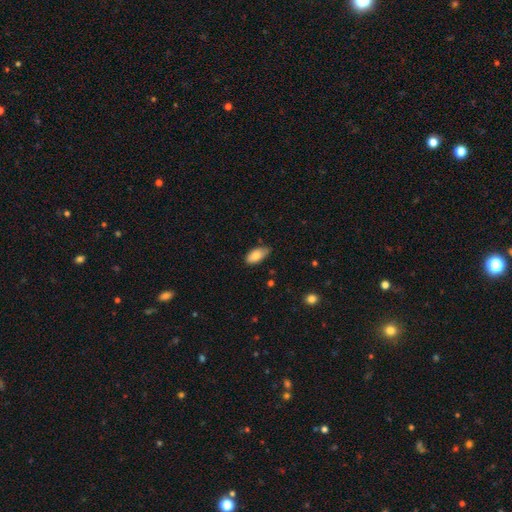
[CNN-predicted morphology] Smooth or featured? Predicted: smooth (p=0.82). How rounded? Predicted: in between (p=0.93). Merging? Predicted: none (p=0.61).